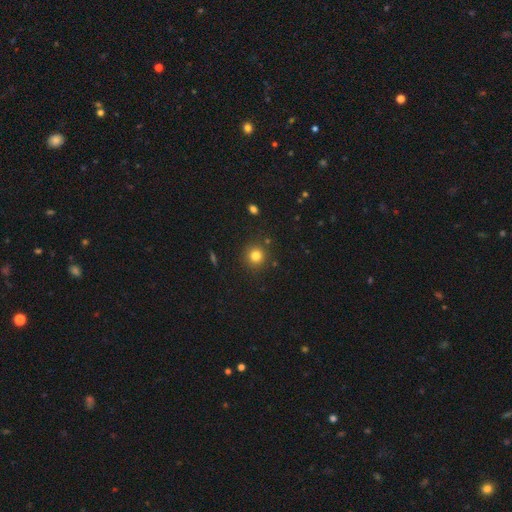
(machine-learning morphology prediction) type=smooth (81%); roundness=round (93%); merging=none (88%).